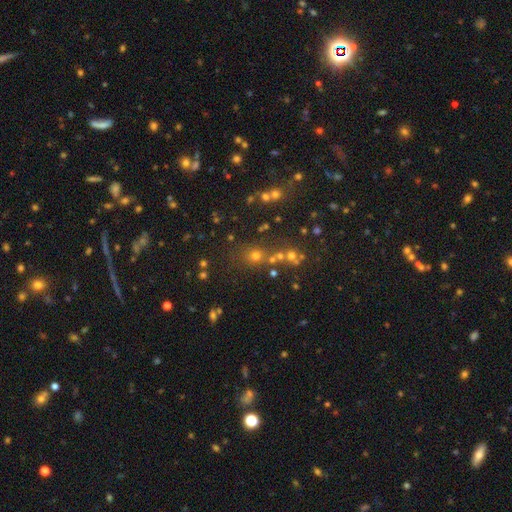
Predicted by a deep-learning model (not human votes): This appears to be a smooth galaxy with no disk features (59%) that is round (83%). Merging: none (69%).